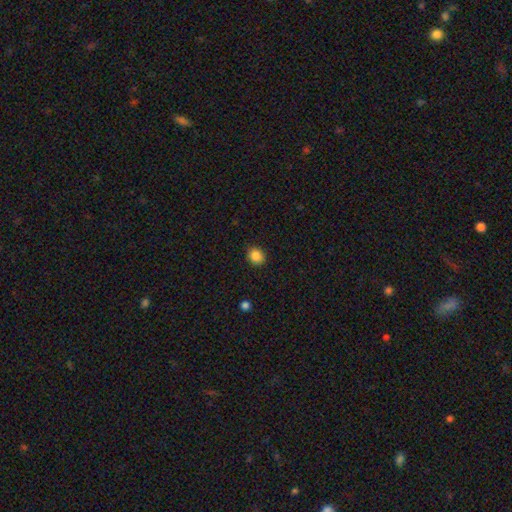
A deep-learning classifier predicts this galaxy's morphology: Smooth or featured?
  - smooth: 86% *
  - star or artifact: 10%
  - featured or disk: 3%
How rounded?
  - round: 74% *
  - in between: 25%
  - cigar-shaped: 1%
Merging?
  - none: 89% *
  - minor disturbance: 7%
  - major disturbance: 2%
  - merger: 1%